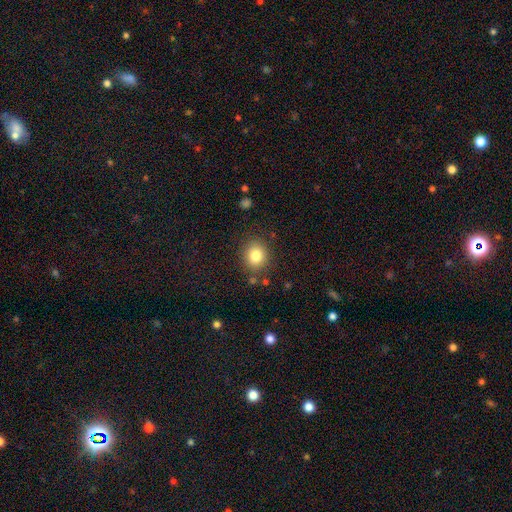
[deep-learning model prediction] Overall: smooth (81%). How rounded: round (76%). Merging: none (85%).